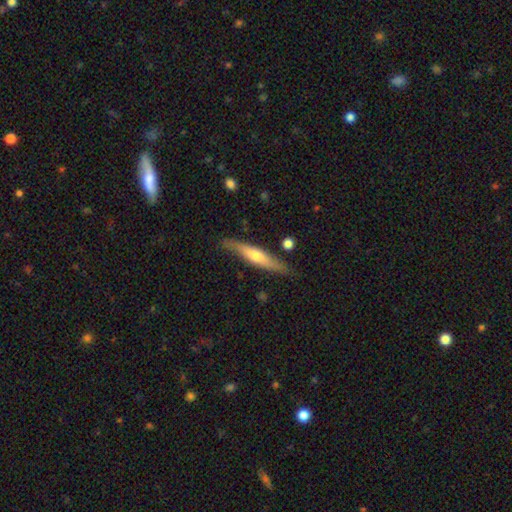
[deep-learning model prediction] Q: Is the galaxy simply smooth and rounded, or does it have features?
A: featured or disk — 53%.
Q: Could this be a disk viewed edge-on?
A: yes — 91%.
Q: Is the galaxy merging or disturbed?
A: none — 82%.